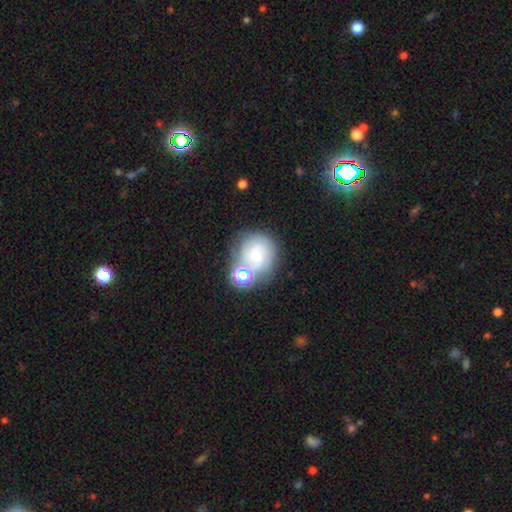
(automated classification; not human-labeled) featured or disk 49%, smooth 38%, star or artifact 14%. Down the decision tree: merging — none (49%).